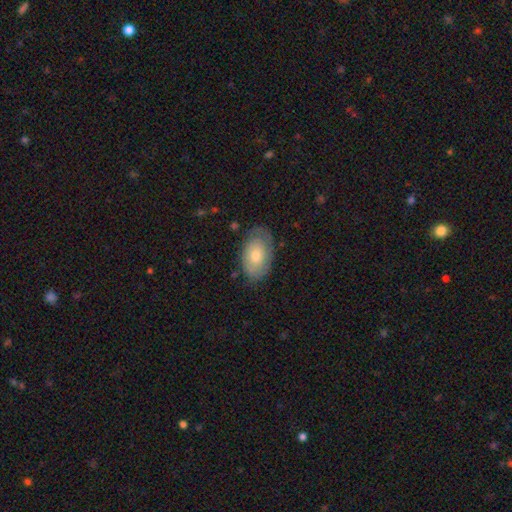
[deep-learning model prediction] This appears to be a smooth galaxy with no disk features (62%) that is in between round and cigar-shaped (91%). Merging: none (71%).